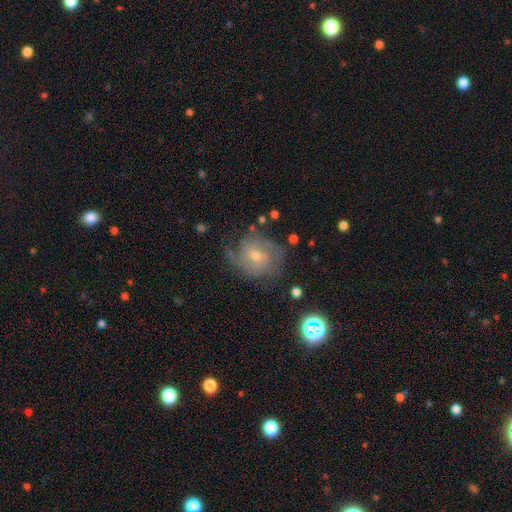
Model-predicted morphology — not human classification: smooth-or-featured: featured or disk: 73% | smooth: 16% | star or artifact: 12%
  disk-edge-on: no: 97% | yes: 3%
    bar: no: 63% | weak: 32% | strong: 5%
    has-spiral-arms: yes: 91% | no: 9%
      spiral-winding: tight: 53% | medium: 35% | loose: 12%
      spiral-arm-count: can't tell: 38% | 2: 25% | 3: 19% | 4: 7% | 1: 6% | more than 4: 5%
    bulge-size: moderate: 48% | small: 47% | large: 2% | none: 2% | dominant: 1%
  merging: none: 67% | minor disturbance: 20% | major disturbance: 11% | merger: 2%